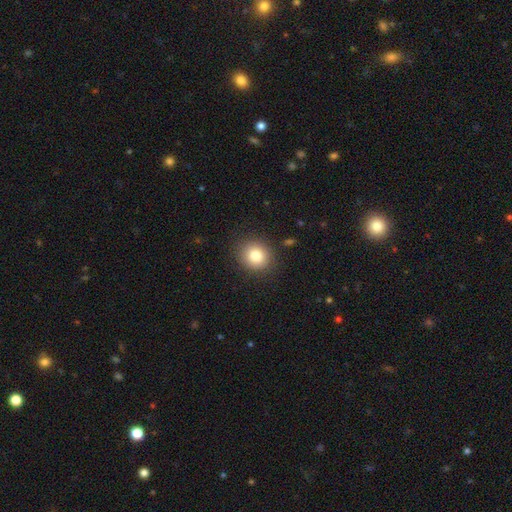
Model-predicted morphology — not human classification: smooth_or_featured: smooth (p=0.83) [alt: star or artifact p=0.10]
how_rounded: round (p=0.82) [alt: in between p=0.17]
merging: none (p=0.88) [alt: minor disturbance p=0.08]